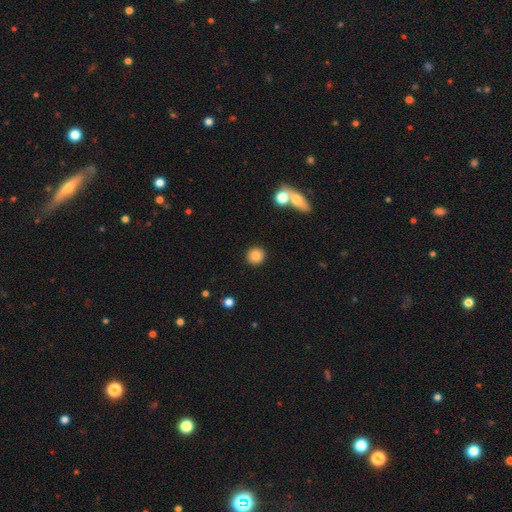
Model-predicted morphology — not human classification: smooth_or_featured: smooth (p=0.85) [alt: star or artifact p=0.10]
how_rounded: round (p=0.91) [alt: in between p=0.07]
merging: none (p=0.90) [alt: minor disturbance p=0.05]